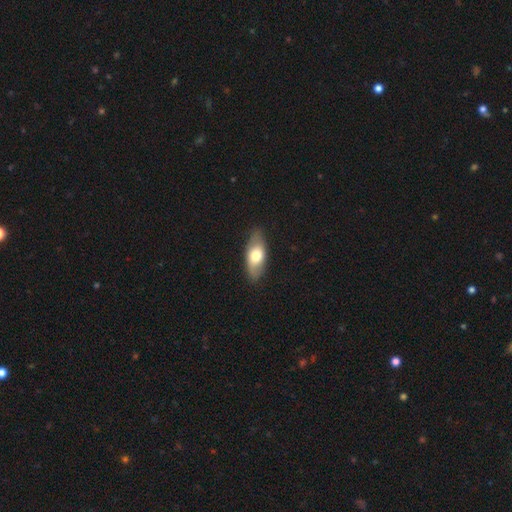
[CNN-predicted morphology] Smooth or featured: smooth — 65% (featured or disk — 30%)
How rounded: in between — 85% (cigar-shaped — 11%)
Merging: none — 83% (minor disturbance — 13%)